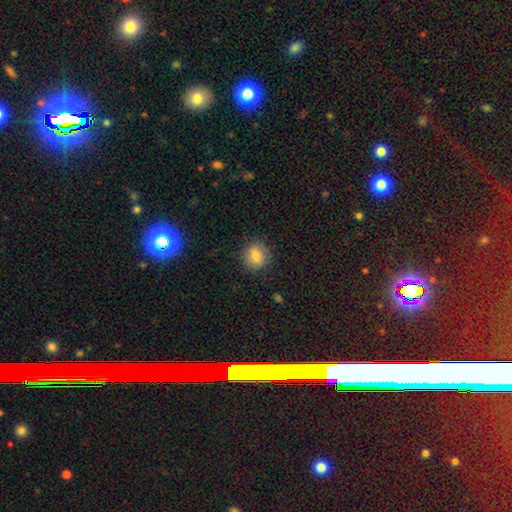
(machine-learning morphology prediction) The model was most divided on "how rounded": round: 77%, in between: 22%, cigar-shaped: 1%. More confident: merging — none (84%); smooth or featured — smooth (80%).